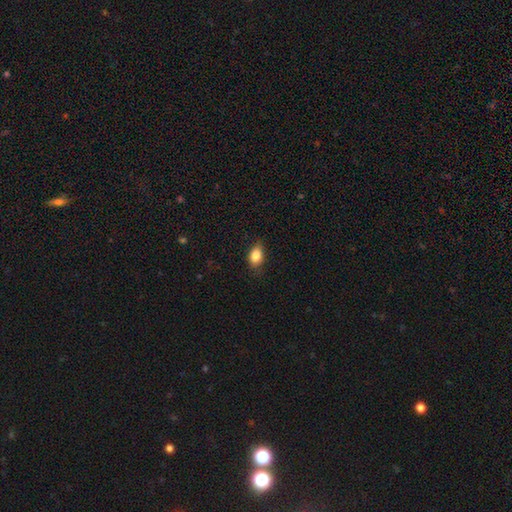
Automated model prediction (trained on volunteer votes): Morphology: type=smooth (84%); roundness=in between (80%); merging=none (77%).